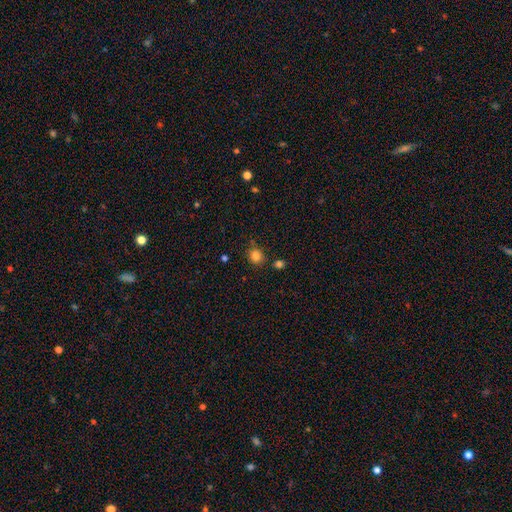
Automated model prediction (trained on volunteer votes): This is clearly a smooth galaxy (83%). How rounded: clearly round (80%). Merging: likely none (79%).